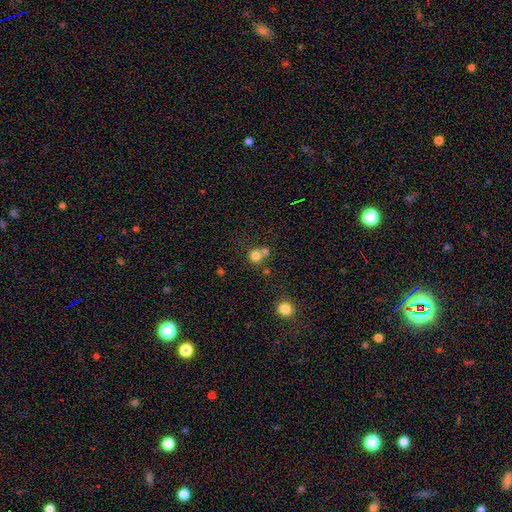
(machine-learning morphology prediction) Q: Smooth or featured?
A: smooth (77%); runner-up: star or artifact (15%)
Q: How rounded?
A: round (87%); runner-up: in between (12%)
Q: Merging?
A: none (53%); runner-up: merger (37%)